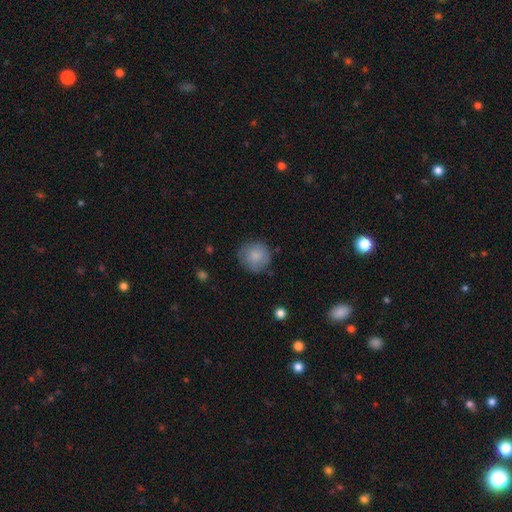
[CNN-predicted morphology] Smooth or featured? smooth (81%)
How rounded? round (91%)
Merging? none (74%)